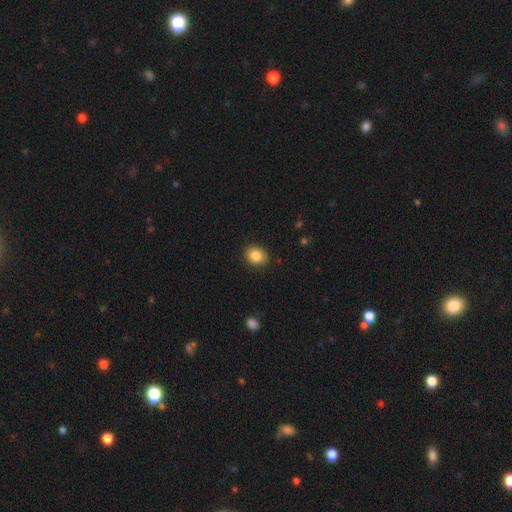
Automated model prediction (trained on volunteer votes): A smooth galaxy with no disk features (86%) that is round (54%).

Vote fractions:
- Smooth or featured? smooth: 86% / star or artifact: 9% / featured or disk: 5%
- How rounded? round: 54% / in between: 45% / cigar-shaped: 1%
- Merging? none: 87% / minor disturbance: 9% / major disturbance: 2% / merger: 1%